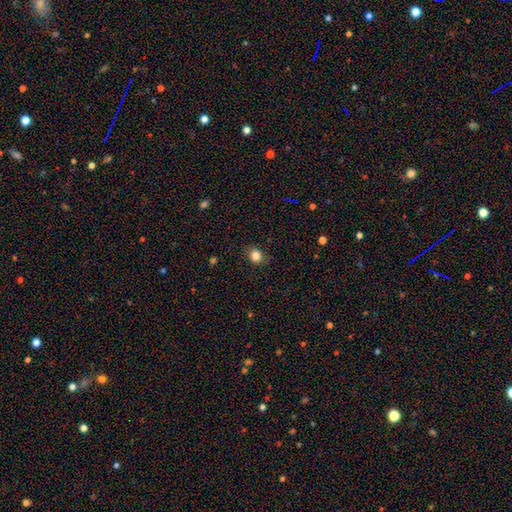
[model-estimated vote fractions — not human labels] smooth 83%, star or artifact 11%, featured or disk 6%. Down the decision tree: how rounded — round (63%); merging — none (84%).